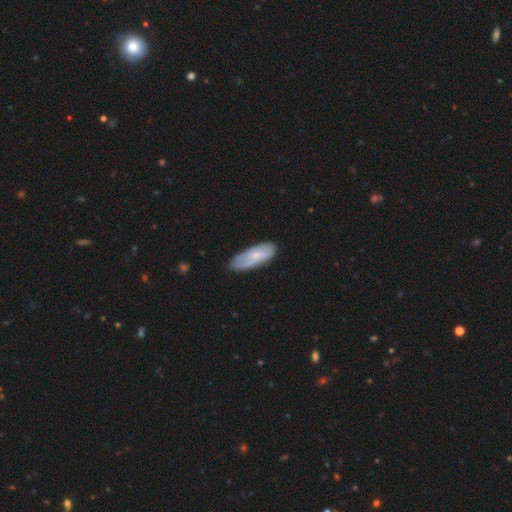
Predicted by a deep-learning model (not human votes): Smooth or featured?
  - smooth: 56% *
  - featured or disk: 38%
  - star or artifact: 6%
How rounded?
  - in between: 75% *
  - cigar-shaped: 23%
  - round: 2%
Merging?
  - none: 65% *
  - minor disturbance: 26%
  - major disturbance: 7%
  - merger: 2%